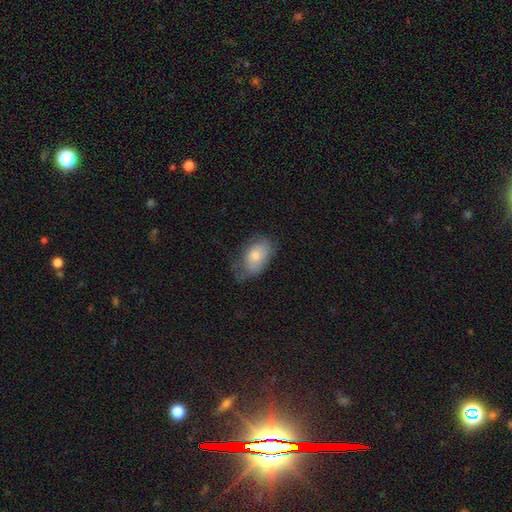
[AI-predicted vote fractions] Smooth or featured: smooth — 67% (featured or disk — 26%)
How rounded: in between — 90% (round — 9%)
Merging: none — 49% (minor disturbance — 34%)